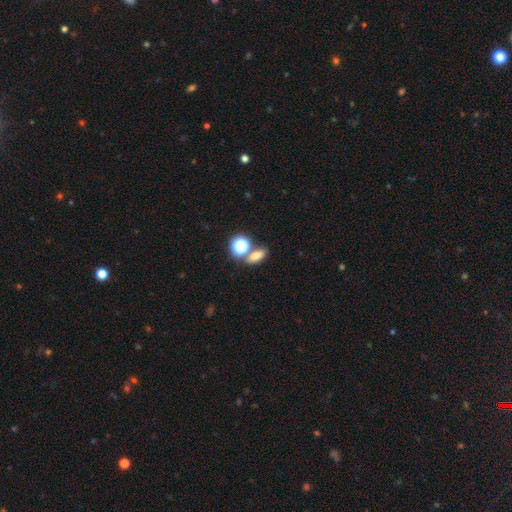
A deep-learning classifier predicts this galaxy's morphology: Q: Smooth or featured?
A: smooth (72%); runner-up: star or artifact (19%)
Q: How rounded?
A: in between (73%); runner-up: round (21%)
Q: Merging?
A: none (63%); runner-up: merger (23%)